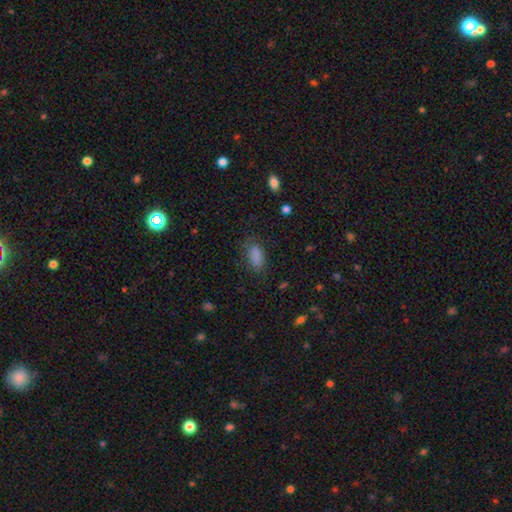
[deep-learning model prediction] smooth_or_featured: smooth (p=0.85) [alt: star or artifact p=0.10]
how_rounded: in between (p=0.90) [alt: round p=0.05]
merging: none (p=0.70) [alt: minor disturbance p=0.20]